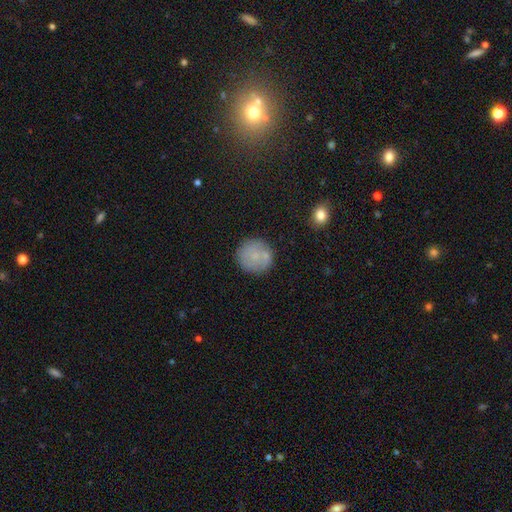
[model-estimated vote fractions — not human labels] This is likely a smooth galaxy (73%). How rounded: clearly round (94%). Merging: likely none (78%).